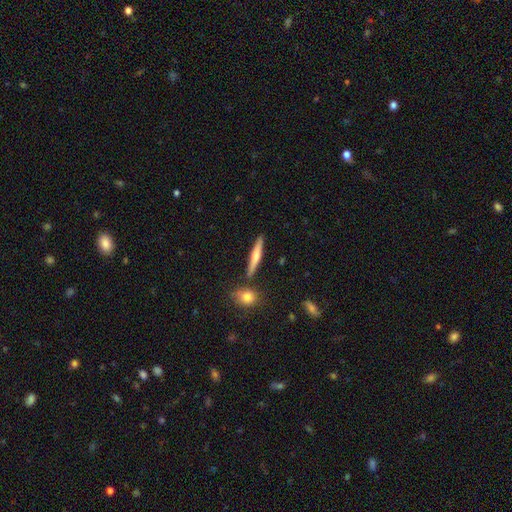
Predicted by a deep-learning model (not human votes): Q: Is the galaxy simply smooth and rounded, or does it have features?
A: featured or disk — 54%.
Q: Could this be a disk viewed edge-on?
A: yes — 96%.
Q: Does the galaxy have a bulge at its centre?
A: rounded — 81%.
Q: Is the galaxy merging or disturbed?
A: none — 87%.